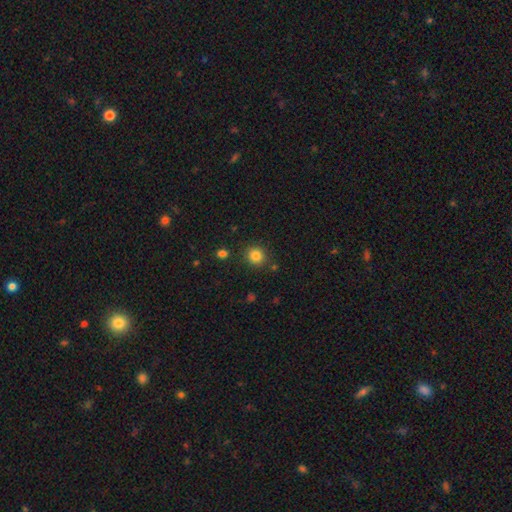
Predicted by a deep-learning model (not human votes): A smooth galaxy with no disk features (83%) that is round (88%).

Vote fractions:
- Smooth or featured? smooth: 83% / star or artifact: 12% / featured or disk: 5%
- How rounded? round: 88% / in between: 11% / cigar-shaped: 1%
- Merging? none: 87% / minor disturbance: 8% / merger: 3% / major disturbance: 3%